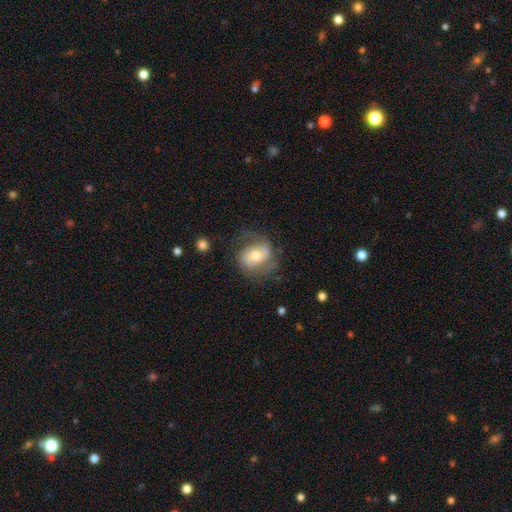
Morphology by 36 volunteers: Volunteers were most divided on "merging": none: 50%, minor disturbance: 33%, major disturbance: 17%, merger: 0%. More confident: smooth or featured — smooth (64%); how rounded — in between (57%).